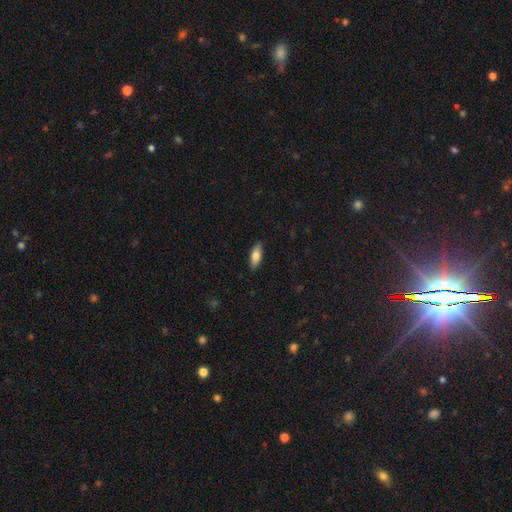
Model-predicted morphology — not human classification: smooth_or_featured: smooth (p=0.76) [alt: featured or disk p=0.17]
how_rounded: in between (p=0.71) [alt: cigar-shaped p=0.27]
merging: none (p=0.88) [alt: minor disturbance p=0.09]